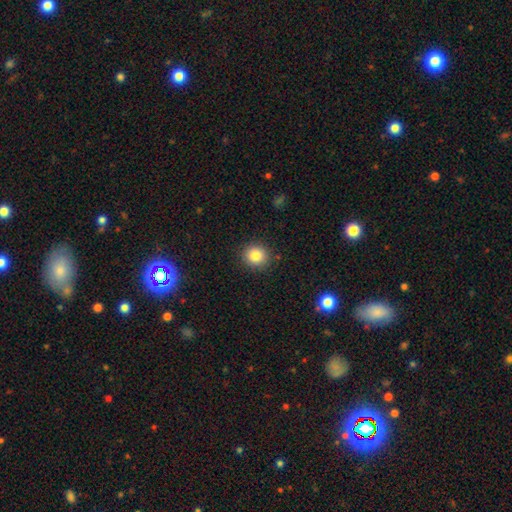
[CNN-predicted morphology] A smooth galaxy with no disk features (84%) that is round (89%).

Vote fractions:
- Smooth or featured? smooth: 84% / star or artifact: 10% / featured or disk: 5%
- How rounded? round: 89% / in between: 10% / cigar-shaped: 1%
- Merging? none: 90% / minor disturbance: 7% / major disturbance: 2% / merger: 1%